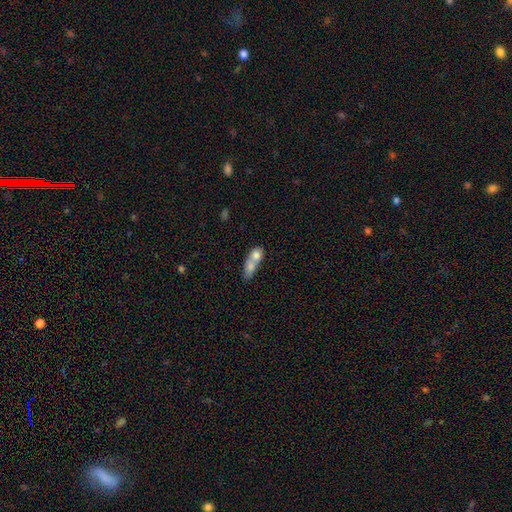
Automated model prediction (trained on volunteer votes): Overall: smooth (70%). How rounded: in between (61%; round 26%). Merging: merger (71%).